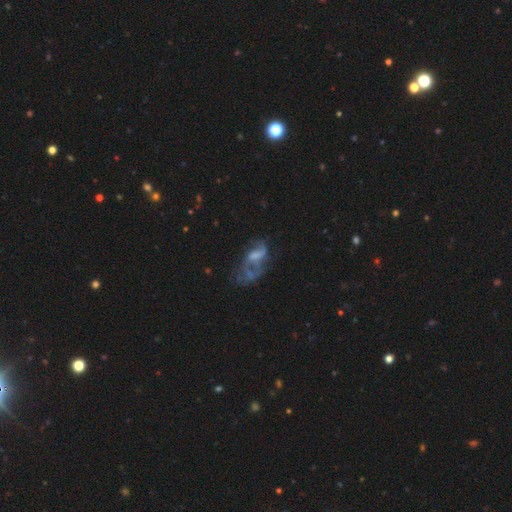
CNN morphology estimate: Overall: featured or disk (62%; smooth 26%). Edge-on disk: no (95%). Bar: no (51%; weak 37%). Spiral arms: yes (54%; no 46%). Bulge size: none (39%; moderate 27%). Merging: major disturbance (39%; none 31%).